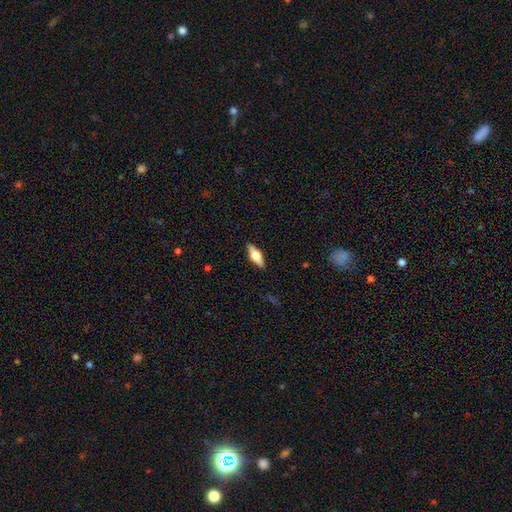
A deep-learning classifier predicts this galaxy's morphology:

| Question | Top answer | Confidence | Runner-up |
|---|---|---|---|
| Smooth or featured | featured or disk | 59% | smooth (35%) |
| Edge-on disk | yes | 95% | no (5%) |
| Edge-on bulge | rounded | 94% | boxy (5%) |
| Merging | none | 89% | minor disturbance (8%) |